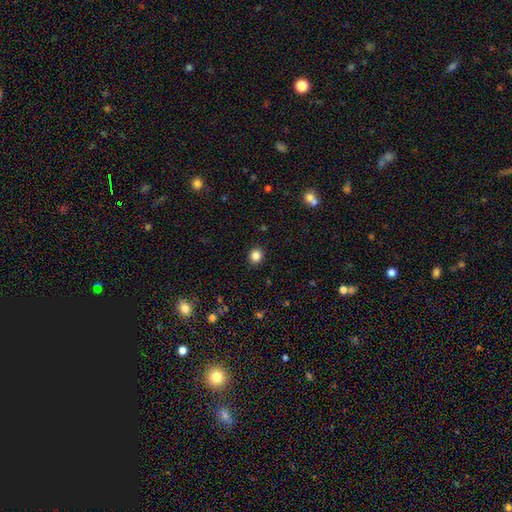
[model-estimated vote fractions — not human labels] smooth_or_featured: smooth (p=0.85) [alt: star or artifact p=0.11]
how_rounded: round (p=0.83) [alt: in between p=0.16]
merging: none (p=0.91) [alt: minor disturbance p=0.06]